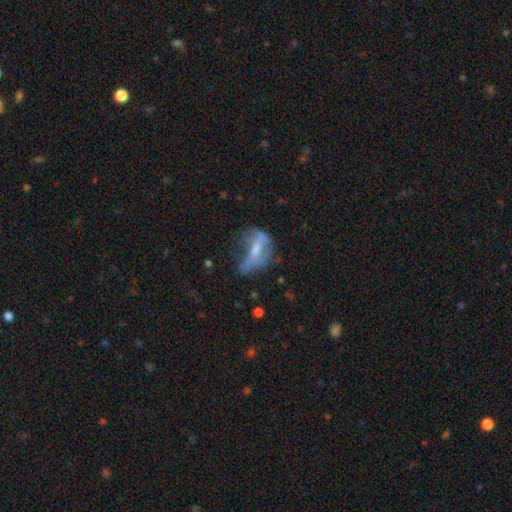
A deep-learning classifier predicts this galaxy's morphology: featured or disk 53%, smooth 28%, star or artifact 18%. Down the decision tree: edge-on disk — no (82%); merging — none (40%).